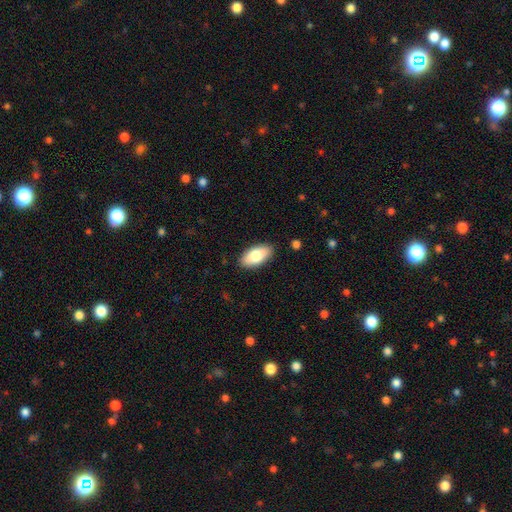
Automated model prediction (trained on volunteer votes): Morphology: type=smooth (79%); roundness=in between (92%); merging=none (88%).